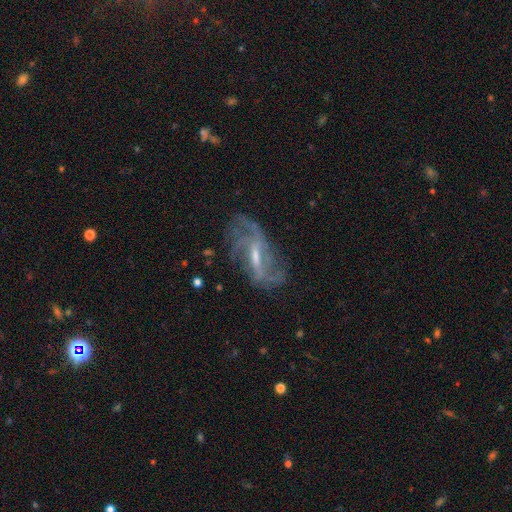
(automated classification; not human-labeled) Smooth or featured? Predicted: featured or disk (p=0.81). Edge-on disk? Predicted: no (p=0.91). Bar? Predicted: weak (p=0.47). Spiral arms? Predicted: yes (p=0.89). Spiral winding? Predicted: loose (p=0.40). Spiral arm count? Predicted: 2 (p=0.36). Bulge size? Predicted: small (p=0.48). Merging? Predicted: none (p=0.64).